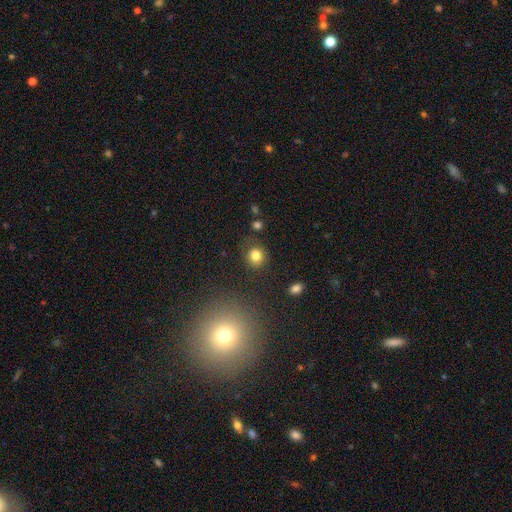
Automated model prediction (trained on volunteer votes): Q: Smooth or featured?
A: smooth (81%); runner-up: star or artifact (12%)
Q: How rounded?
A: round (82%); runner-up: in between (17%)
Q: Merging?
A: none (82%); runner-up: minor disturbance (11%)